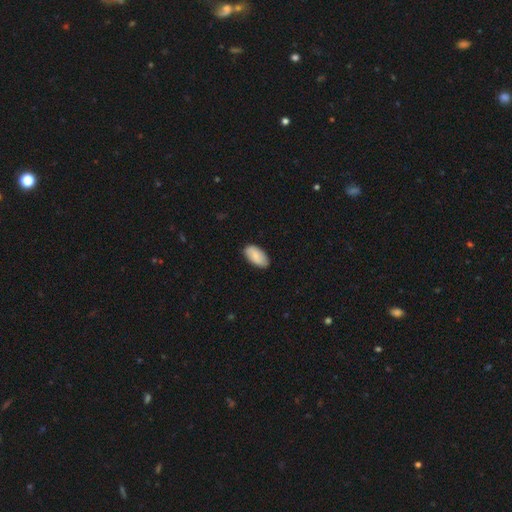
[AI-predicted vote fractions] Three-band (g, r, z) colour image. It shows a smooth galaxy with no disk features (85%) that is in between round and cigar-shaped (95%). Merging: none (86%).